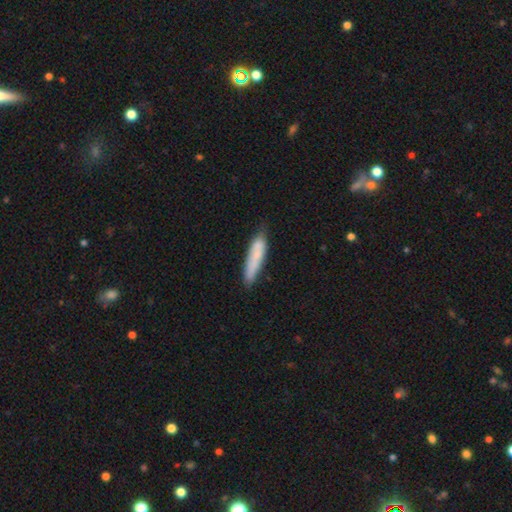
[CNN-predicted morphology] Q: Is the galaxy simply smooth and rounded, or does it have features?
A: smooth — 73%.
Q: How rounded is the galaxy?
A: cigar-shaped — 78%.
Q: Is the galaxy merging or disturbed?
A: none — 67%.